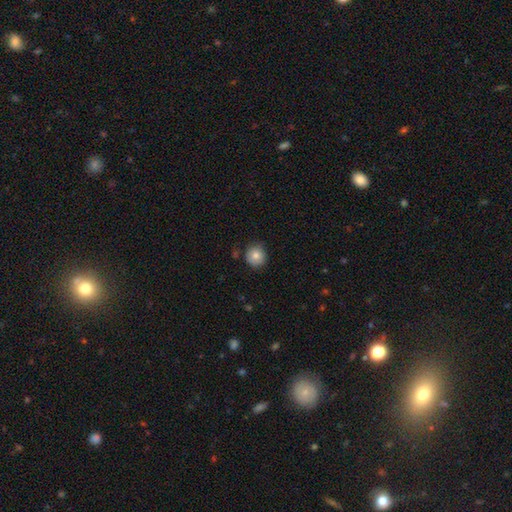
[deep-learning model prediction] Smooth or featured: smooth — 80% (featured or disk — 11%)
How rounded: round — 91% (in between — 8%)
Merging: none — 79% (minor disturbance — 16%)